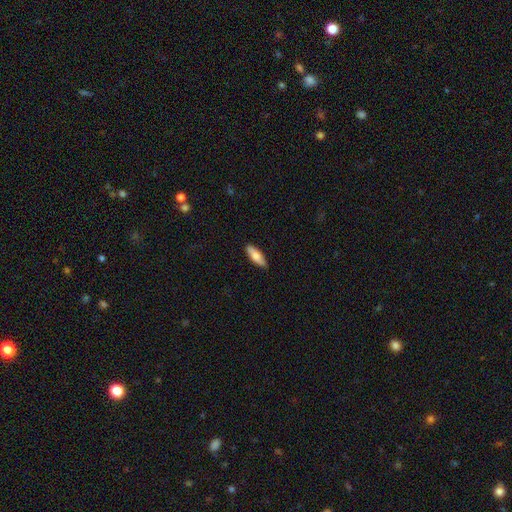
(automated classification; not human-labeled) The model was most divided on "how rounded": in between: 55%, cigar-shaped: 43%, round: 2%. More confident: merging — none (86%); smooth or featured — smooth (75%).